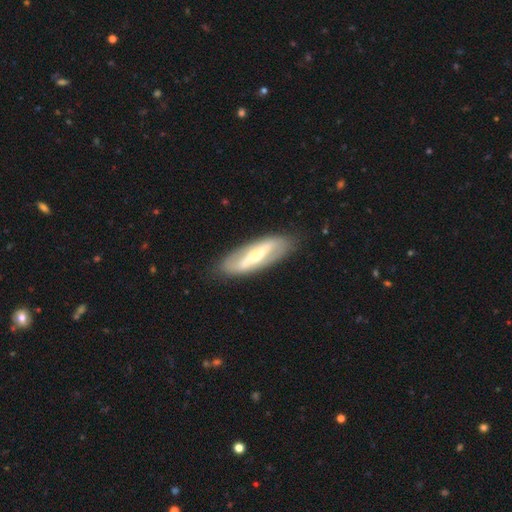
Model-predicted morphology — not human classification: Smooth or featured? Predicted: featured or disk (p=0.70). Edge-on disk? Predicted: no (p=0.72). Bar? Predicted: strong (p=0.70). Spiral arms? Predicted: yes (p=0.51). Bulge size? Predicted: small (p=0.51). Merging? Predicted: none (p=0.81).